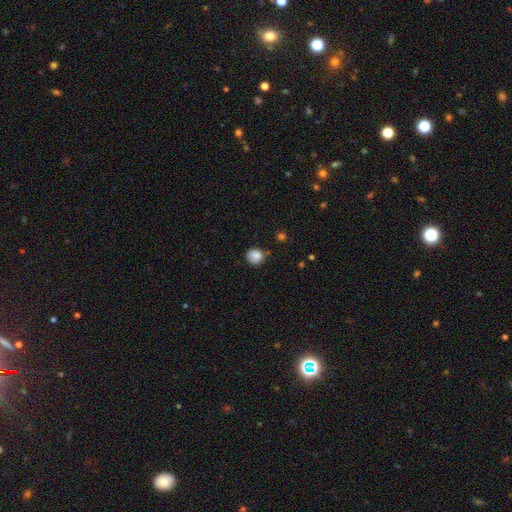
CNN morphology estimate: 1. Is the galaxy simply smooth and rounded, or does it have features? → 82% smooth, 9% star or artifact, 9% featured or disk.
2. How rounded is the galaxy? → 80% round, 19% in between, 1% cigar-shaped.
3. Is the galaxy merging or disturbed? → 67% none, 24% minor disturbance, 5% major disturbance, 3% merger.